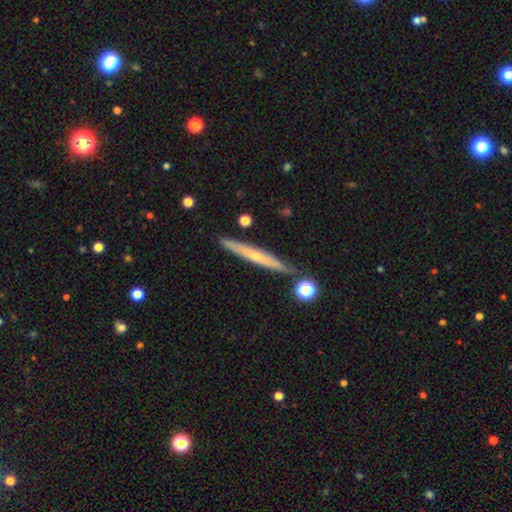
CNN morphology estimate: This appears to be a featured or disk galaxy (58%) viewed edge-on (94%) with a rounded central bulge (58%). Merging: none (81%).